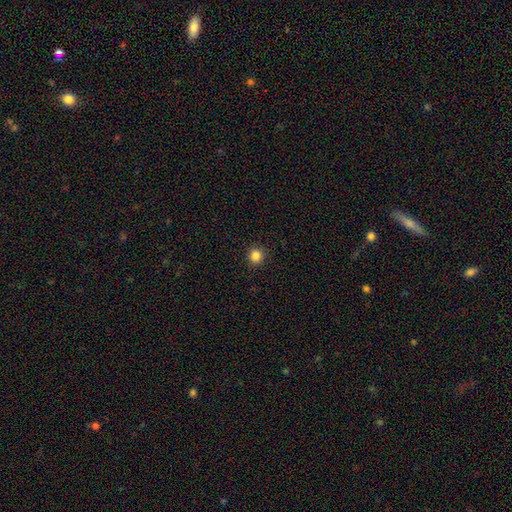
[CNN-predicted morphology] A smooth galaxy with no disk features (85%) that is round (92%).

Vote fractions:
- Smooth or featured? smooth: 85% / star or artifact: 11% / featured or disk: 3%
- How rounded? round: 92% / in between: 7% / cigar-shaped: 1%
- Merging? none: 92% / minor disturbance: 6% / major disturbance: 2% / merger: 1%